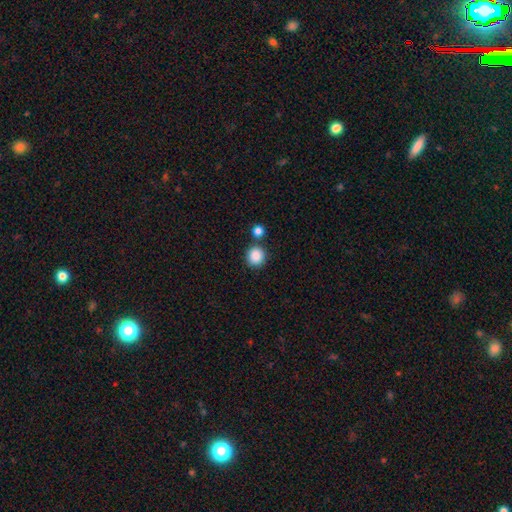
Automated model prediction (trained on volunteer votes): Morphology: type=smooth (87%); roundness=round (90%); merging=none (78%).